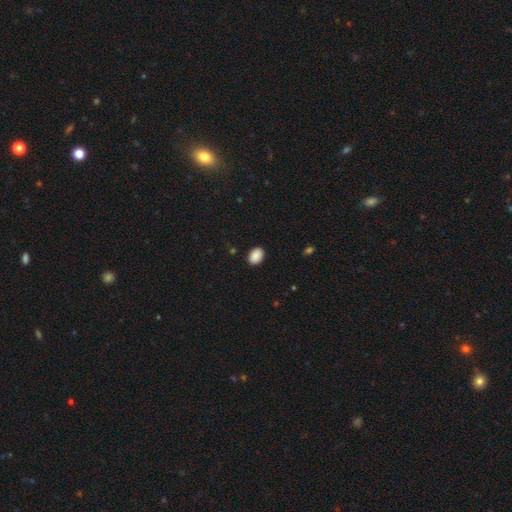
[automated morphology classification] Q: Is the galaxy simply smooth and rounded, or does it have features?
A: smooth — 90%.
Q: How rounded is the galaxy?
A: in between — 75%.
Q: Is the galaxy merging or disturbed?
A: none — 89%.